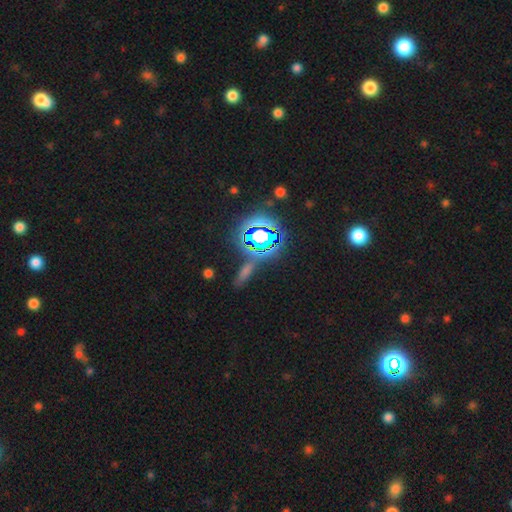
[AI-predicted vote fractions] Smooth or featured: star or artifact — 81% (smooth — 12%)